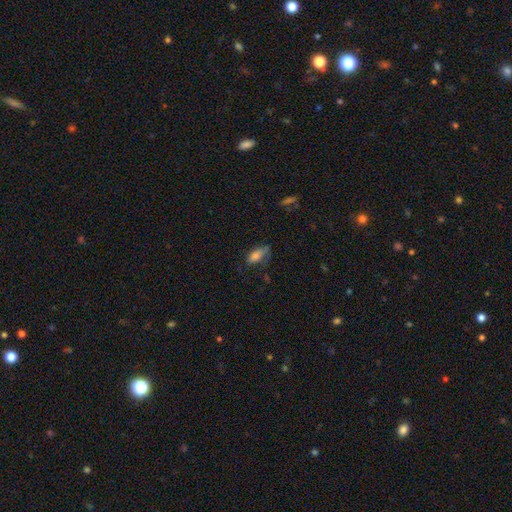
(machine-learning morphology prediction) smooth 77%, featured or disk 13%, star or artifact 9%. Down the decision tree: how rounded — in between (80%); merging — none (50%).